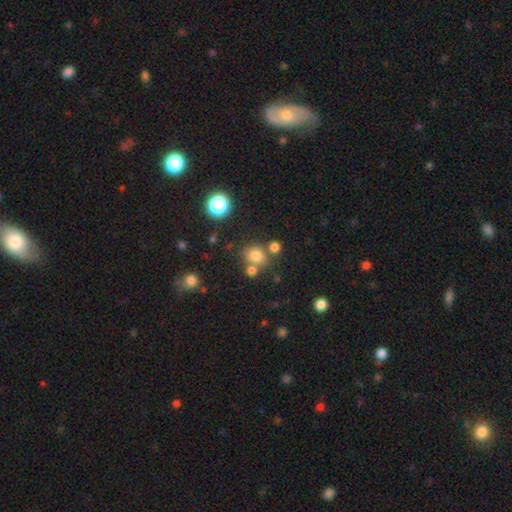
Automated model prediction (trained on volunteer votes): Smooth or featured? smooth (77%)
How rounded? round (79%)
Merging? none (65%)